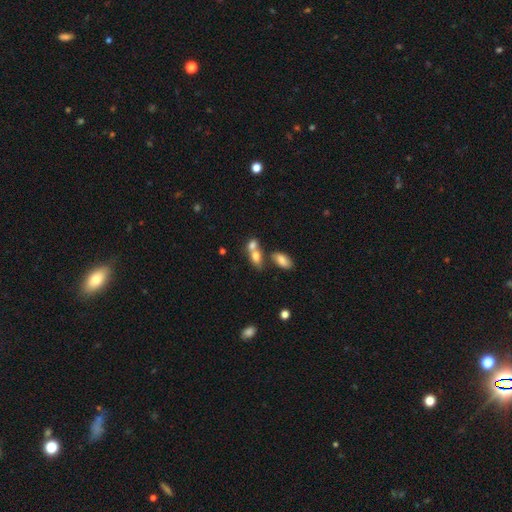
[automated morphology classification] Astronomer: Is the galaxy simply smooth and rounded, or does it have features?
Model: smooth — 73%.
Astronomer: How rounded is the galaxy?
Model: in between — 73%.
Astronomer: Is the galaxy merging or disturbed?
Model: merger — 58%.